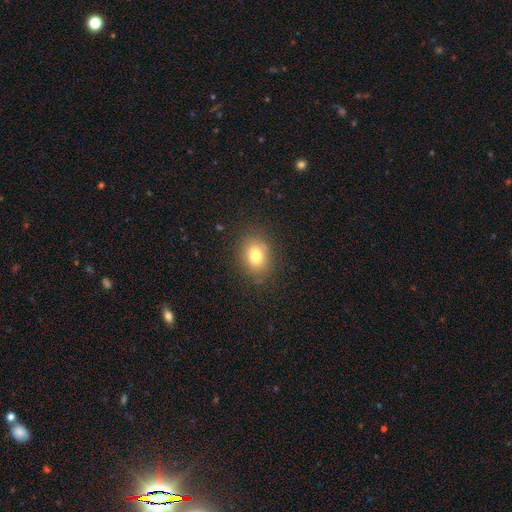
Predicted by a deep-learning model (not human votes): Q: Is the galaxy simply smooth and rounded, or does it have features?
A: smooth — 76%.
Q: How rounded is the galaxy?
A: in between — 50%.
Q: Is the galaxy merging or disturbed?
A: none — 82%.